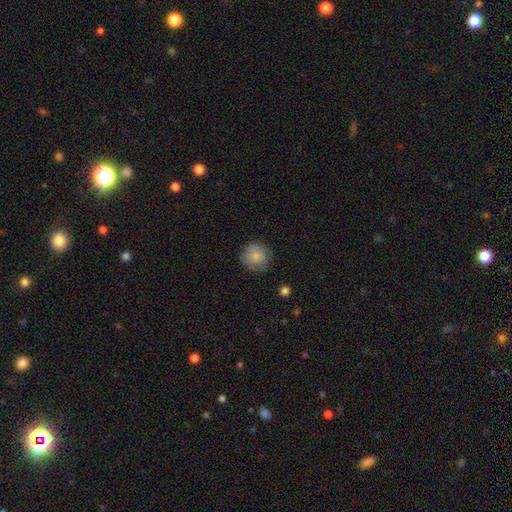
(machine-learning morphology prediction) Smooth or featured: smooth — 83% (featured or disk — 9%)
How rounded: round — 92% (in between — 7%)
Merging: none — 80% (minor disturbance — 15%)